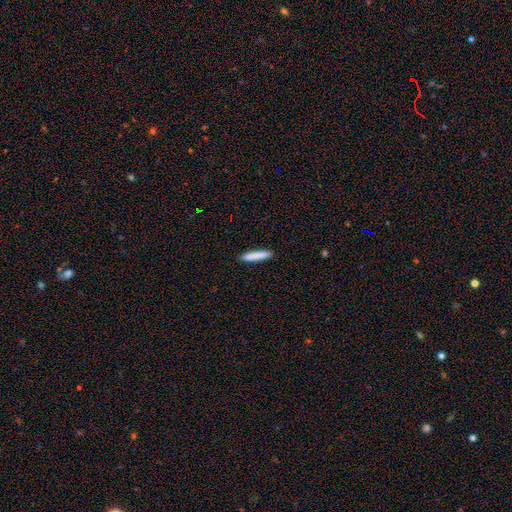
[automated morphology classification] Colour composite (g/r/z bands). It shows a smooth galaxy with no disk features (84%) that is cigar-shaped (92%). Merging: none (90%).